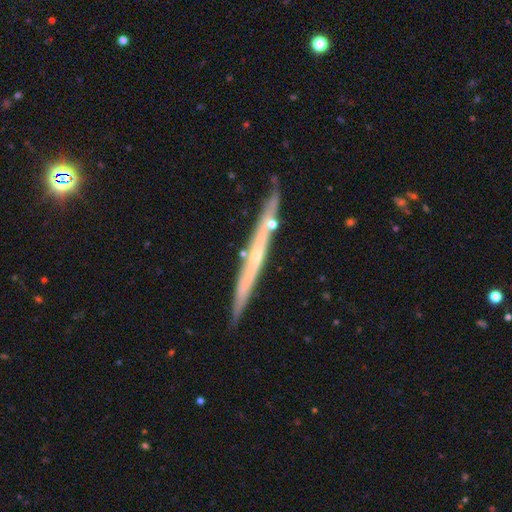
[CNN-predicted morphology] featured or disk 68%, smooth 25%, star or artifact 6%. Down the decision tree: edge-on disk — yes (94%); edge-on bulge — none (74%); merging — none (81%).